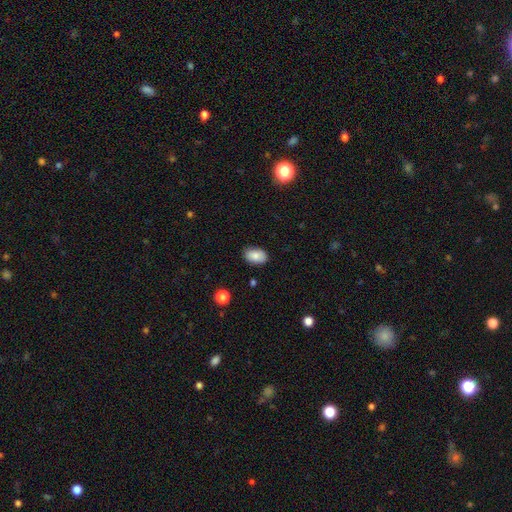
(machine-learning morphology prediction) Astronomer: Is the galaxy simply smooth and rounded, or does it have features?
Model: smooth — 85%.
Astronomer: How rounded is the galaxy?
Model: in between — 90%.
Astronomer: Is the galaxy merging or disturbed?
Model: none — 86%.